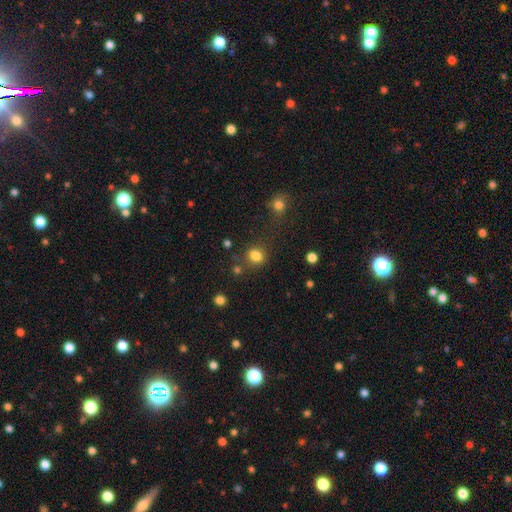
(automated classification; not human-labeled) smooth 82%, star or artifact 13%, featured or disk 5%. Down the decision tree: how rounded — round (73%); merging — none (76%).